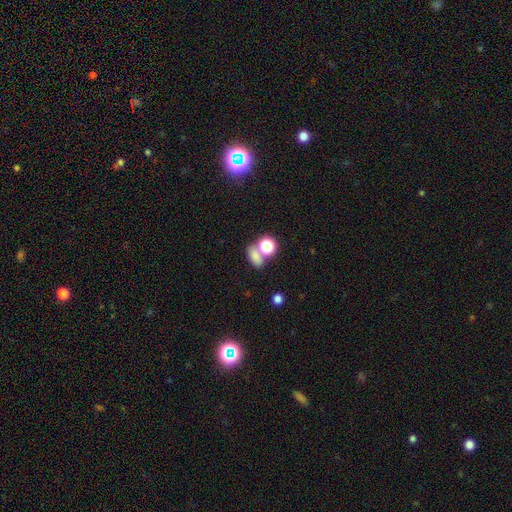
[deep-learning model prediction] Smooth or featured?
  - smooth: 73% *
  - star or artifact: 18%
  - featured or disk: 10%
How rounded?
  - in between: 66% *
  - round: 29%
  - cigar-shaped: 4%
Merging?
  - none: 46% *
  - merger: 37%
  - minor disturbance: 11%
  - major disturbance: 6%